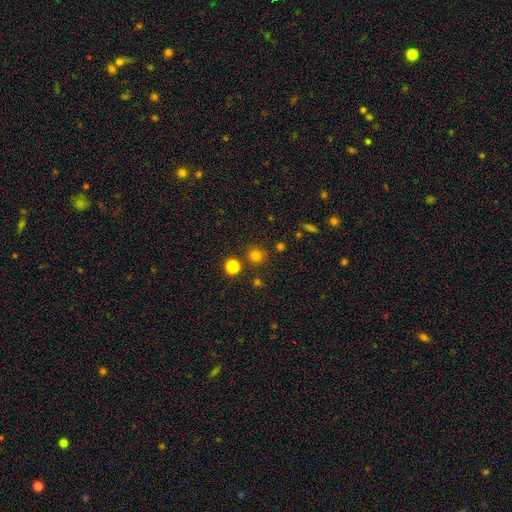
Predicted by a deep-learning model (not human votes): A smooth galaxy with no disk features (77%) that is round (91%).

Vote fractions:
- Smooth or featured? smooth: 77% / star or artifact: 17% / featured or disk: 5%
- How rounded? round: 91% / in between: 9% / cigar-shaped: 1%
- Merging? none: 83% / minor disturbance: 7% / merger: 6% / major disturbance: 3%